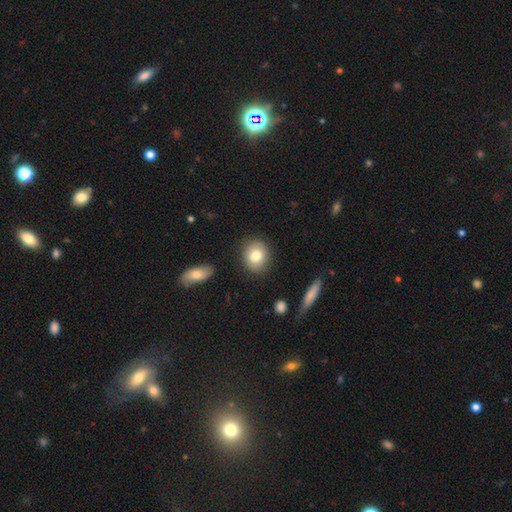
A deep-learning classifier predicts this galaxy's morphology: A smooth galaxy with no disk features (79%) that is round (68%).

Vote fractions:
- Smooth or featured? smooth: 79% / featured or disk: 13% / star or artifact: 8%
- How rounded? round: 68% / in between: 31% / cigar-shaped: 1%
- Merging? none: 86% / minor disturbance: 10% / major disturbance: 2% / merger: 2%